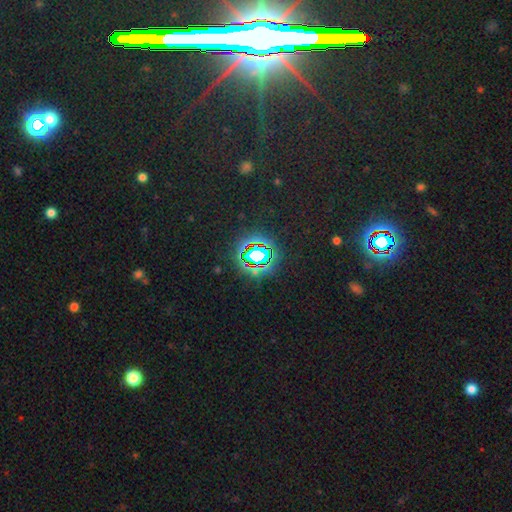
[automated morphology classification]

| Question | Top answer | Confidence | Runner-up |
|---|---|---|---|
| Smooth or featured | star or artifact | 72% | smooth (17%) |